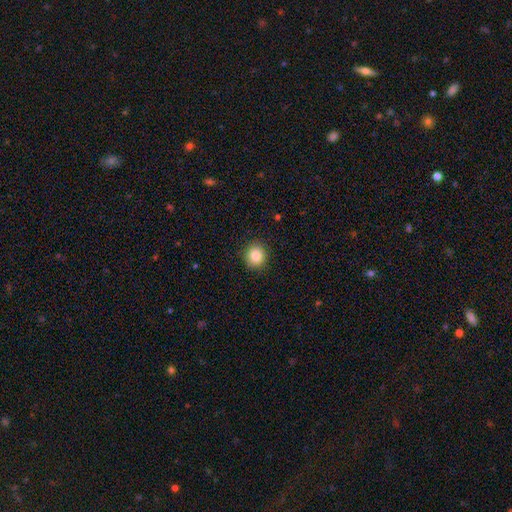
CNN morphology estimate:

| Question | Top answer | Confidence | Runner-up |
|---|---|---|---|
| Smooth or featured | smooth | 85% | star or artifact (10%) |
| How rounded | round | 83% | in between (16%) |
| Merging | none | 90% | minor disturbance (7%) |